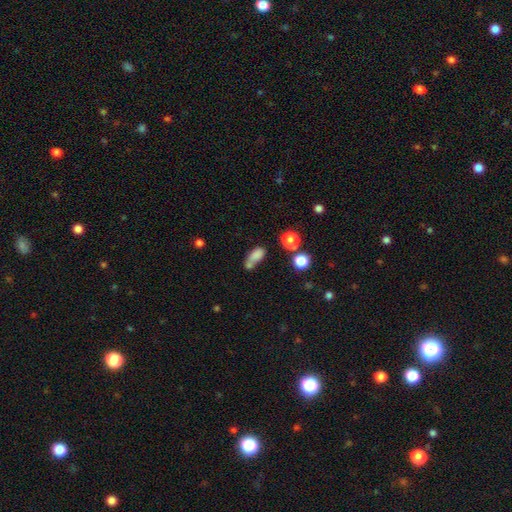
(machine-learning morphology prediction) type=smooth (76%); roundness=in between (81%); merging=none (36%, tied with merger).